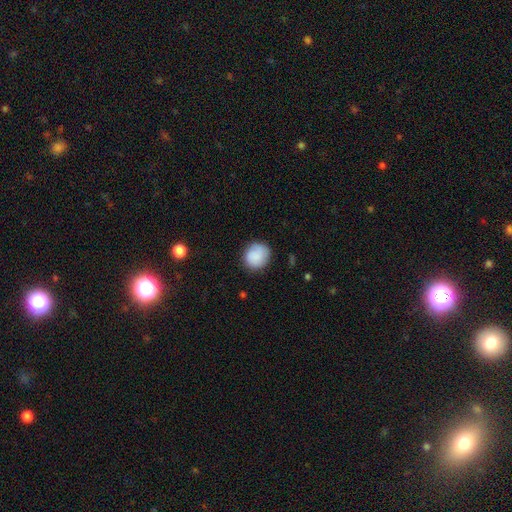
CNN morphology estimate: type=smooth (86%); roundness=round (80%); merging=none (81%).